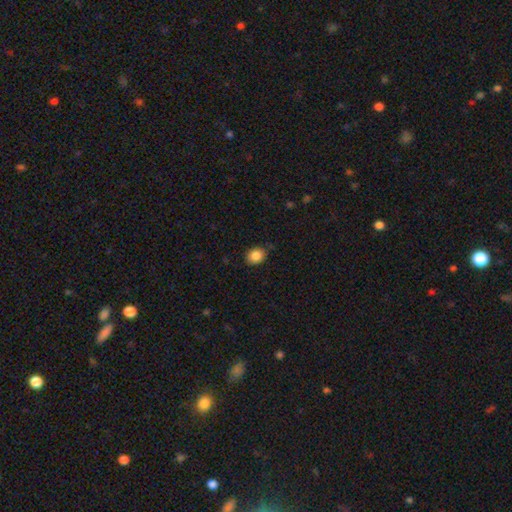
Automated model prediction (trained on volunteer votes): Morphology: type=smooth (87%); roundness=round (50%); merging=none (83%).